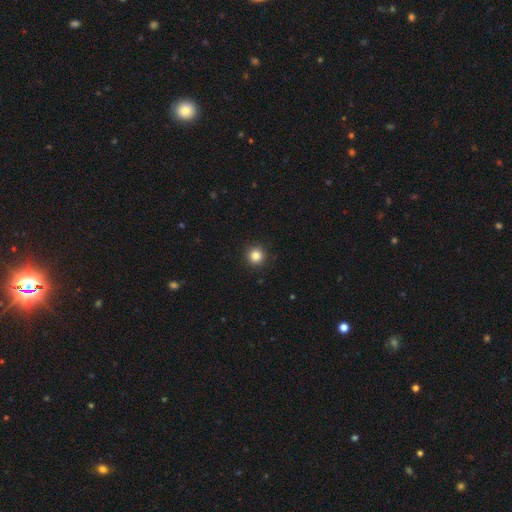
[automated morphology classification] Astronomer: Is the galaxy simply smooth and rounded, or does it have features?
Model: smooth — 84%.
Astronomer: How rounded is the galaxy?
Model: round — 95%.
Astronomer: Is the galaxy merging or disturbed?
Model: none — 93%.